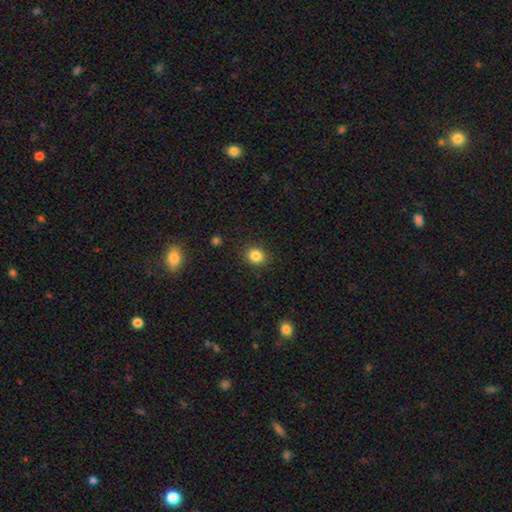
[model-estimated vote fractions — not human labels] Smooth or featured? smooth (84%)
How rounded? round (78%)
Merging? none (88%)